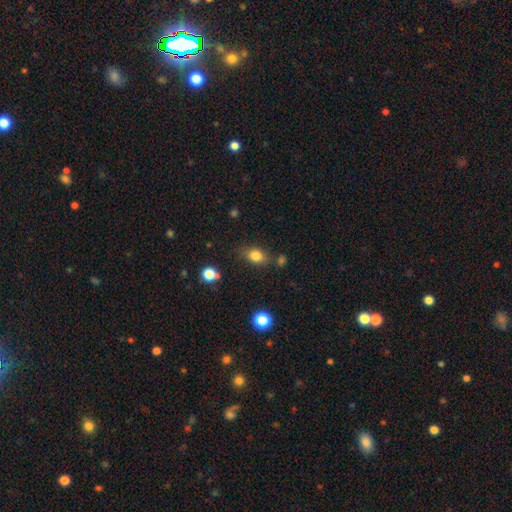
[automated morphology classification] Smooth or featured?
  - smooth: 81% *
  - star or artifact: 11%
  - featured or disk: 8%
How rounded?
  - in between: 71% *
  - round: 26%
  - cigar-shaped: 2%
Merging?
  - none: 73% *
  - minor disturbance: 16%
  - merger: 6%
  - major disturbance: 4%